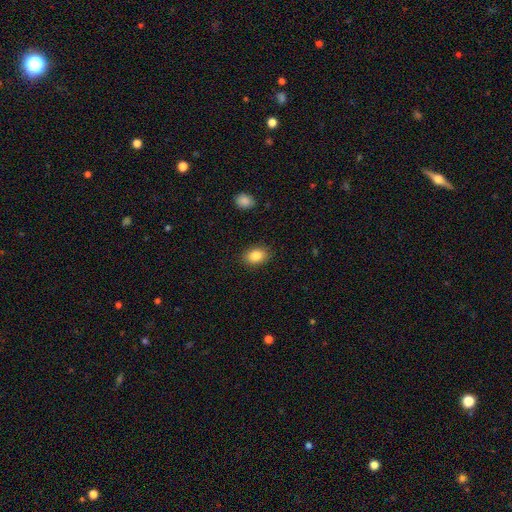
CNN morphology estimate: smooth_or_featured: smooth (p=0.86) [alt: star or artifact p=0.08]
how_rounded: in between (p=0.82) [alt: round p=0.17]
merging: none (p=0.87) [alt: minor disturbance p=0.09]